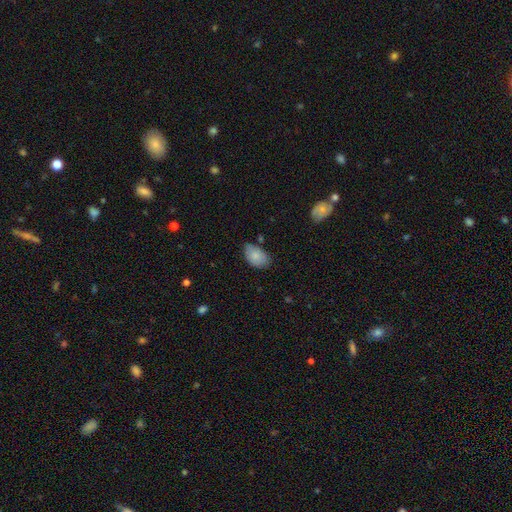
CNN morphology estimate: A smooth galaxy with no disk features (83%) that is in between round and cigar-shaped (90%). Merging: none (64%).